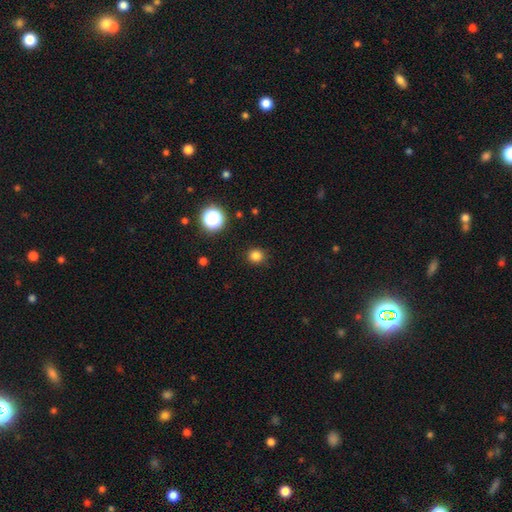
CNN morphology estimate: Smooth or featured? smooth (82%)
How rounded? round (91%)
Merging? none (91%)